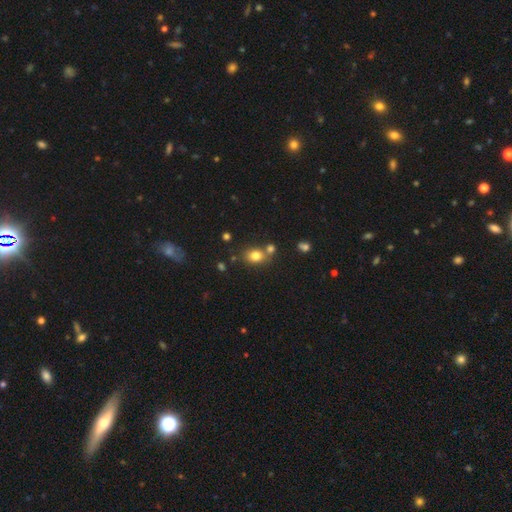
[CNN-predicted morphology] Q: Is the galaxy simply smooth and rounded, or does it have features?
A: smooth — 80%.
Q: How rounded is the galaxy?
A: in between — 51%.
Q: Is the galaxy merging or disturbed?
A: none — 62%.